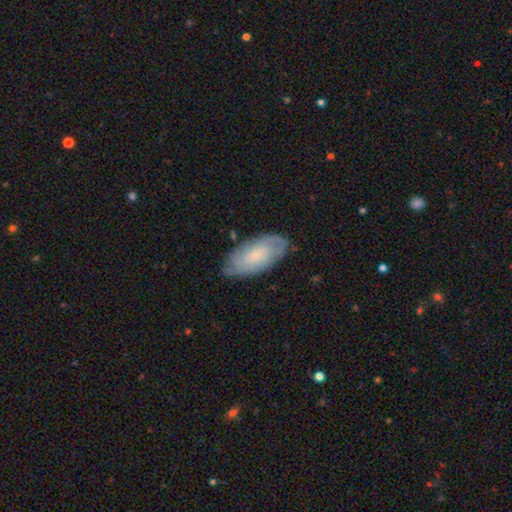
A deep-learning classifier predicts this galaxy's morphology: smooth-or-featured: featured or disk: 54% | smooth: 39% | star or artifact: 7%
  disk-edge-on: no: 92% | yes: 8%
  merging: none: 77% | minor disturbance: 18% | major disturbance: 4% | merger: 1%